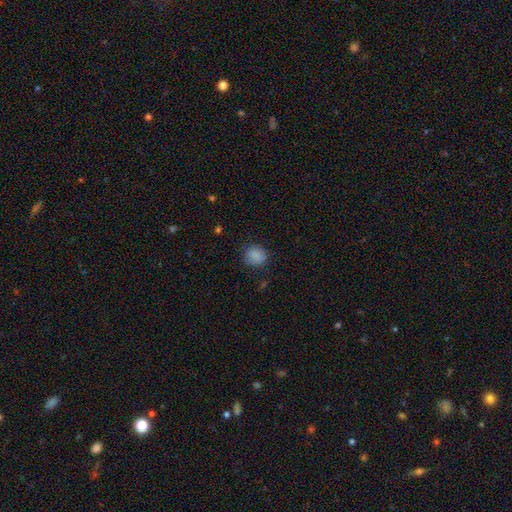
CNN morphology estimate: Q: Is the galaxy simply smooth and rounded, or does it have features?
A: smooth — 87%.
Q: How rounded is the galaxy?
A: round — 76%.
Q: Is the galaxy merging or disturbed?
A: none — 84%.